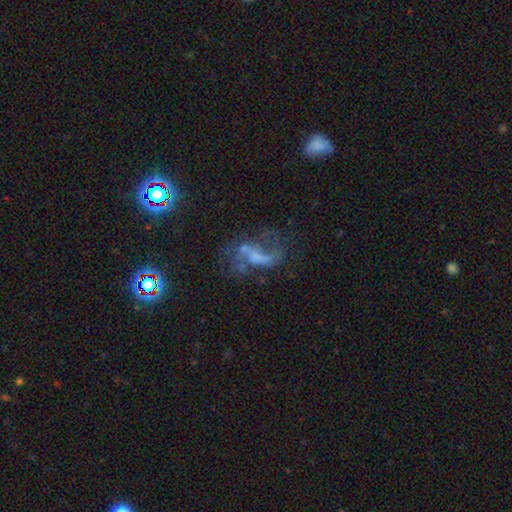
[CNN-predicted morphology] A featured or disk galaxy (63%) with no bar (47%), spiral arms (64%) and no central bulge (54%).

Vote fractions:
- Smooth or featured? featured or disk: 63% / star or artifact: 20% / smooth: 17%
- Edge-on disk? no: 95% / yes: 5%
- Bar? no: 47% / weak: 34% / strong: 20%
- Spiral arms? yes: 64% / no: 36%
- Bulge size? none: 54% / small: 22% / moderate: 18% / large: 5% / dominant: 2%
- Merging? none: 40% / major disturbance: 34% / minor disturbance: 17% / merger: 9%